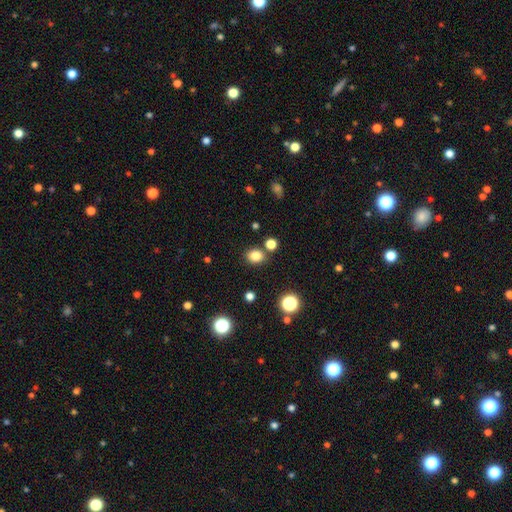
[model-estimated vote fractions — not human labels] Smooth or featured?
  - smooth: 81% *
  - star or artifact: 13%
  - featured or disk: 5%
How rounded?
  - round: 57% *
  - in between: 42%
  - cigar-shaped: 1%
Merging?
  - none: 81% *
  - minor disturbance: 9%
  - merger: 7%
  - major disturbance: 3%